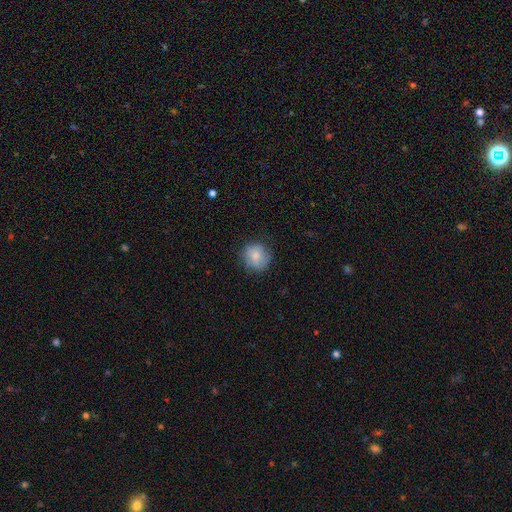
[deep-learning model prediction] Morphology: type=smooth (80%); roundness=round (89%); merging=none (80%).